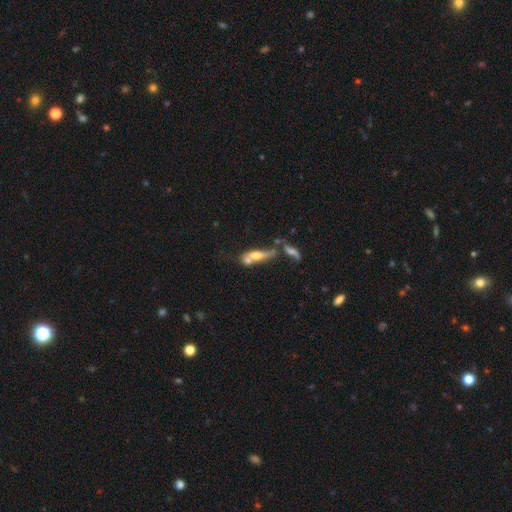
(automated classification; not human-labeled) A smooth galaxy with no disk features (48%). Merging: merger (53%).